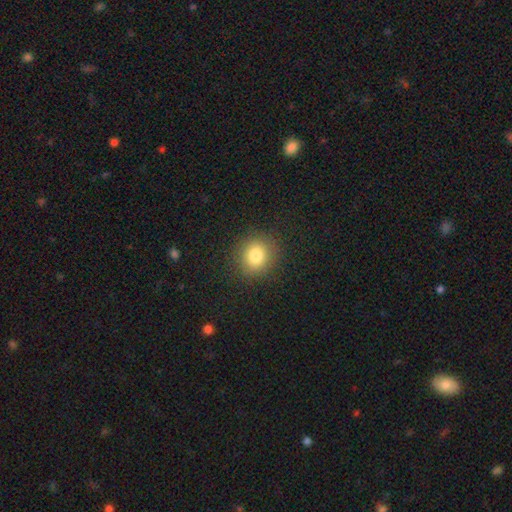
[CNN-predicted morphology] Smooth or featured? Predicted: smooth (p=0.81). How rounded? Predicted: round (p=0.82). Merging? Predicted: none (p=0.89).